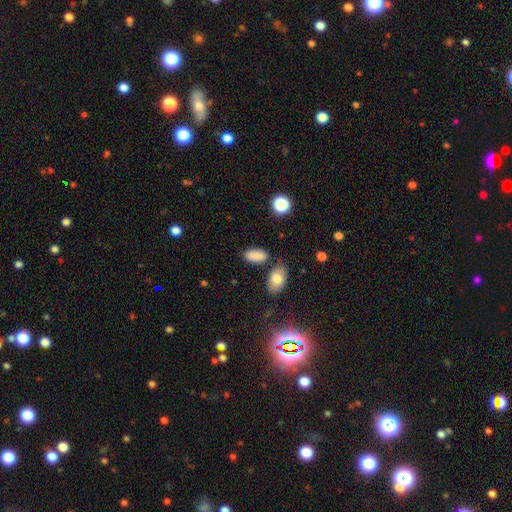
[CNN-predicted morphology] Smooth or featured?
  - smooth: 86% *
  - star or artifact: 9%
  - featured or disk: 6%
How rounded?
  - in between: 93% *
  - cigar-shaped: 4%
  - round: 4%
Merging?
  - none: 78% *
  - minor disturbance: 13%
  - merger: 6%
  - major disturbance: 3%